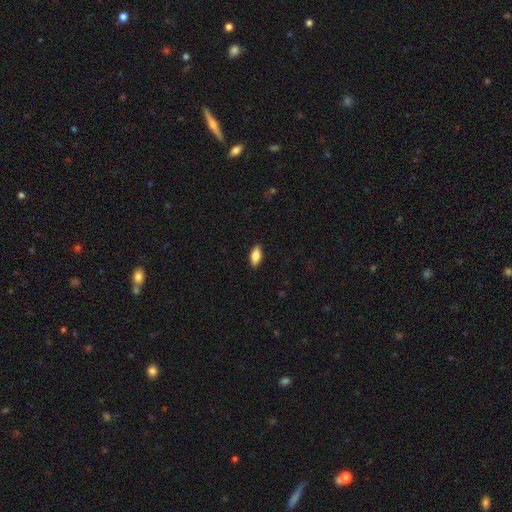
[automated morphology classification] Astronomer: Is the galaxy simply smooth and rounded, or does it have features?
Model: smooth — 82%.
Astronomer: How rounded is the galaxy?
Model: in between — 87%.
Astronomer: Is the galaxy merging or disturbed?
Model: none — 89%.